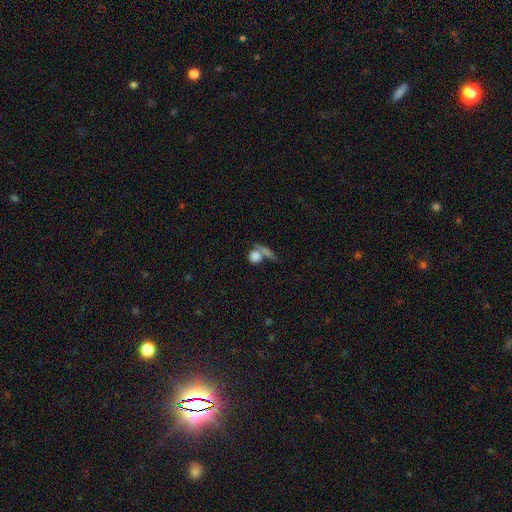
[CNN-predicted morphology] Smooth or featured? smooth (76%)
How rounded? round (73%)
Merging? none (43%)